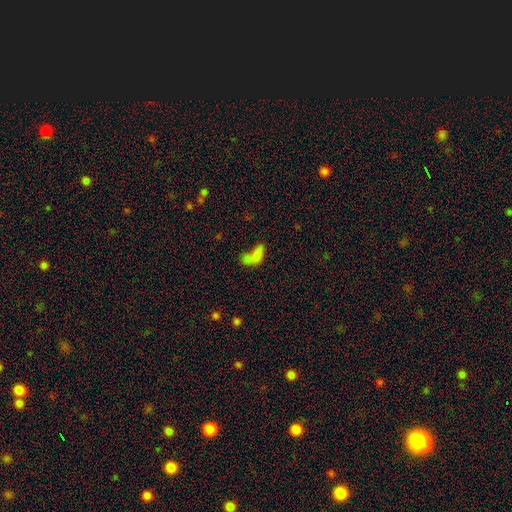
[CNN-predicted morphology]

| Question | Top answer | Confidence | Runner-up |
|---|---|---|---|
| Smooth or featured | smooth | 72% | featured or disk (15%) |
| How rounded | in between | 81% | cigar-shaped (11%) |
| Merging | merger | 54% | none (21%) |